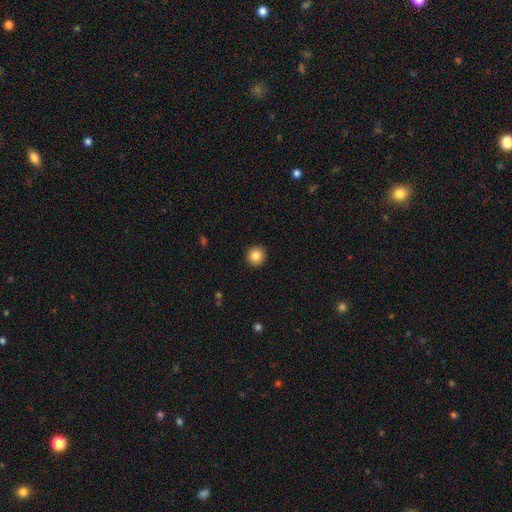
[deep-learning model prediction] Q: Smooth or featured?
A: smooth (84%); runner-up: star or artifact (10%)
Q: How rounded?
A: round (94%); runner-up: in between (5%)
Q: Merging?
A: none (93%); runner-up: minor disturbance (5%)